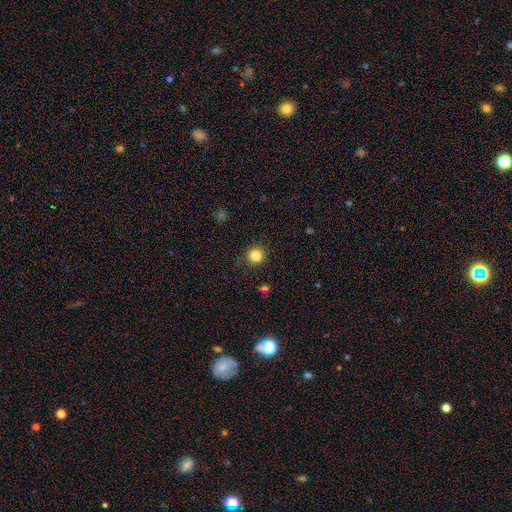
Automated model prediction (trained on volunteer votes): Smooth or featured?
  - smooth: 84% *
  - star or artifact: 12%
  - featured or disk: 4%
How rounded?
  - round: 94% *
  - in between: 6%
  - cigar-shaped: 1%
Merging?
  - none: 88% *
  - minor disturbance: 8%
  - major disturbance: 2%
  - merger: 1%